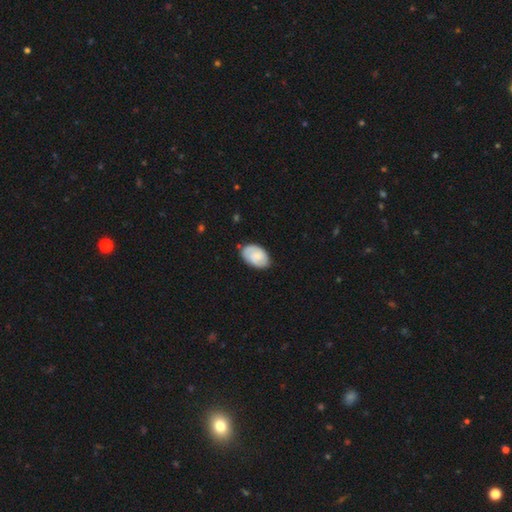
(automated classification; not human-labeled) Q: Smooth or featured?
A: smooth (58%); runner-up: featured or disk (35%)
Q: How rounded?
A: in between (90%); runner-up: round (9%)
Q: Merging?
A: none (76%); runner-up: minor disturbance (19%)